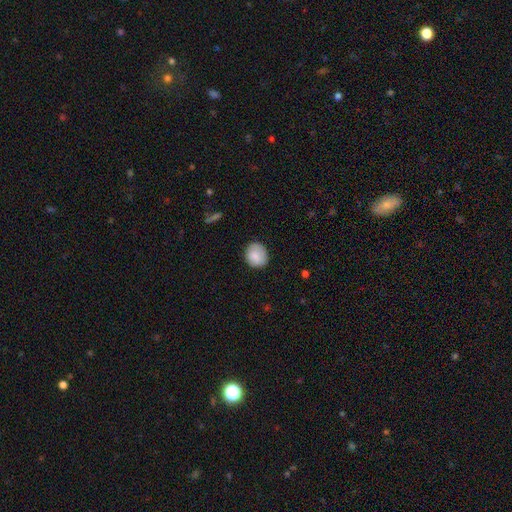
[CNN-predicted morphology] Overall: smooth (85%). How rounded: round (71%). Merging: none (80%).